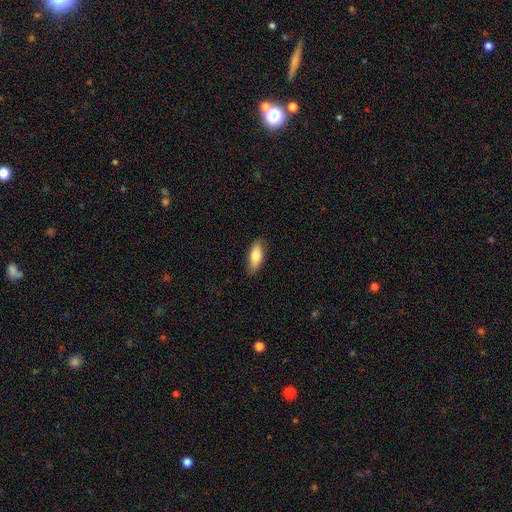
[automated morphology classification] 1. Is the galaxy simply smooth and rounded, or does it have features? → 75% smooth, 20% featured or disk, 6% star or artifact.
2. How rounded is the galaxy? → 71% in between, 26% cigar-shaped, 2% round.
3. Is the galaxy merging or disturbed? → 85% none, 12% minor disturbance, 2% major disturbance, 1% merger.